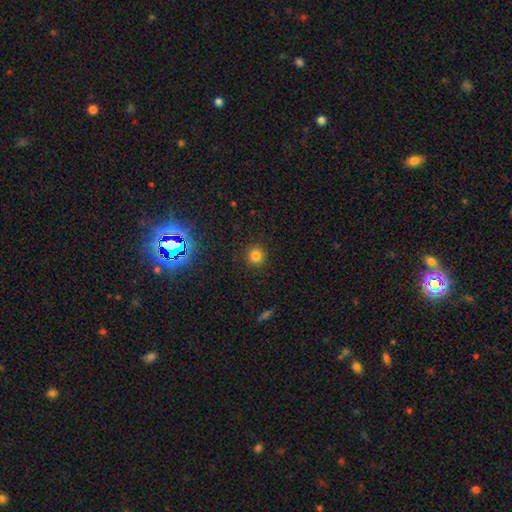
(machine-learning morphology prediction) smooth-or-featured: smooth: 79% | star or artifact: 16% | featured or disk: 6%
  how-rounded: round: 94% | in between: 5% | cigar-shaped: 1%
  merging: none: 91% | minor disturbance: 5% | major disturbance: 2% | merger: 1%